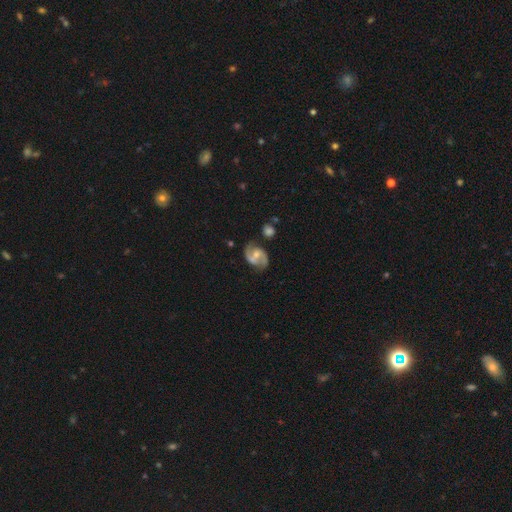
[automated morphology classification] featured or disk 84%, smooth 11%, star or artifact 5%. Down the decision tree: edge-on disk — no (98%); bar — weak (47%); spiral arms — yes (95%); spiral arm count — 2 (92%); spiral winding — medium (53%); bulge size — moderate (49%); merging — none (72%).